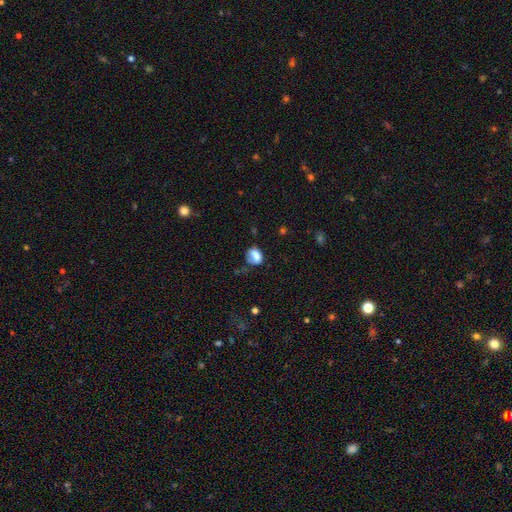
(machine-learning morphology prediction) smooth 75%, featured or disk 14%, star or artifact 11%. Down the decision tree: how rounded — in between (66%); merging — none (41%).